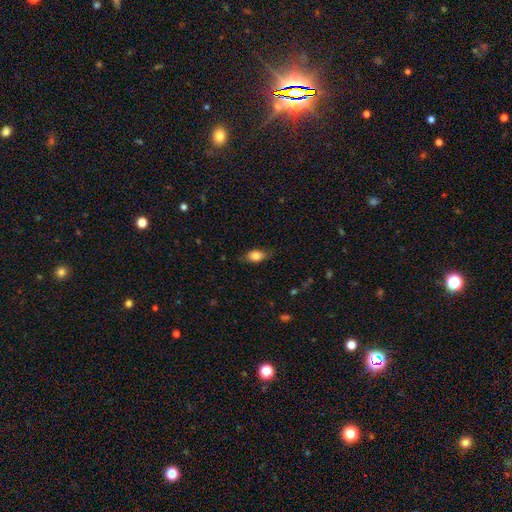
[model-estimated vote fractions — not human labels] smooth 83%, featured or disk 10%, star or artifact 8%. Down the decision tree: how rounded — in between (86%); merging — none (75%).